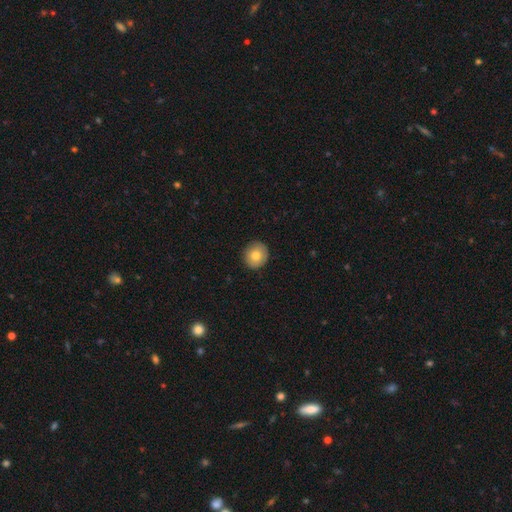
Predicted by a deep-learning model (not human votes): smooth-or-featured: smooth: 79% | featured or disk: 13% | star or artifact: 8%
  how-rounded: round: 90% | in between: 9% | cigar-shaped: 1%
  merging: none: 90% | minor disturbance: 7% | major disturbance: 2% | merger: 1%